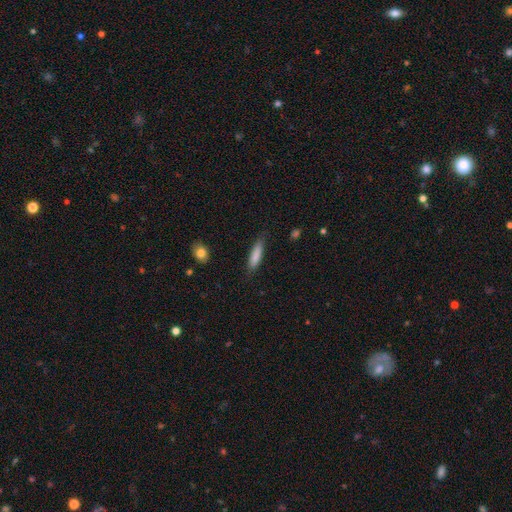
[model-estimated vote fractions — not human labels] This is clearly a smooth galaxy (83%). How rounded: likely cigar-shaped (76%). Merging: clearly none (81%).